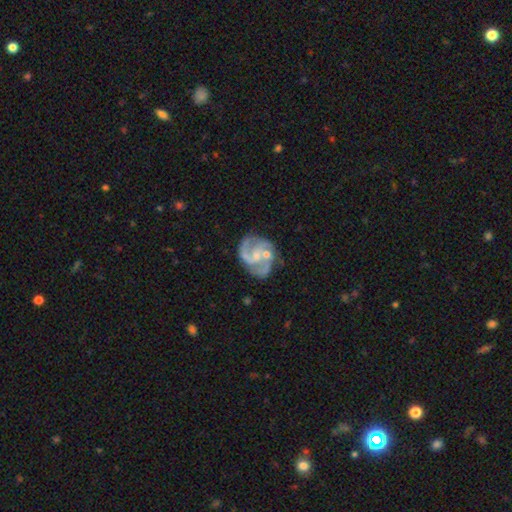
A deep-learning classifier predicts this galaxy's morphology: Smooth or featured?
  - featured or disk: 87% *
  - smooth: 8%
  - star or artifact: 5%
Edge-on disk?
  - no: 98% *
  - yes: 2%
Bar?
  - no: 57% *
  - weak: 36%
  - strong: 7%
Spiral arms?
  - yes: 96% *
  - no: 4%
Spiral winding?
  - medium: 55% *
  - tight: 29%
  - loose: 15%
Spiral arm count?
  - 3: 52% *
  - 2: 27%
  - can't tell: 8%
  - 4: 7%
  - 1: 4%
  - more than 4: 3%
Bulge size?
  - small: 51% *
  - moderate: 39%
  - none: 7%
  - large: 2%
  - dominant: 1%
Merging?
  - none: 56% *
  - minor disturbance: 20%
  - merger: 13%
  - major disturbance: 11%